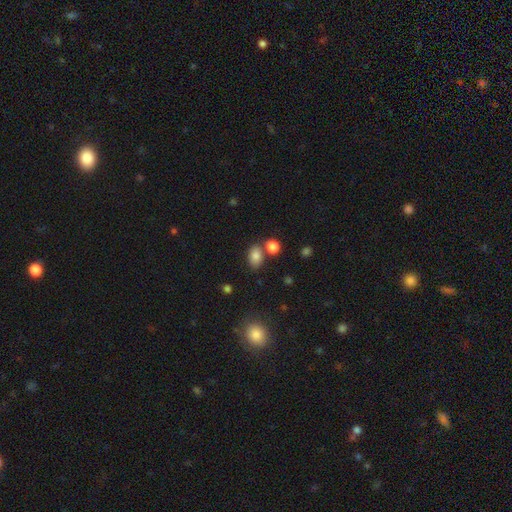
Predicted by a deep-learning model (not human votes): This is clearly a smooth galaxy (82%). How rounded: clearly in between (80%). Merging: likely none (65%).